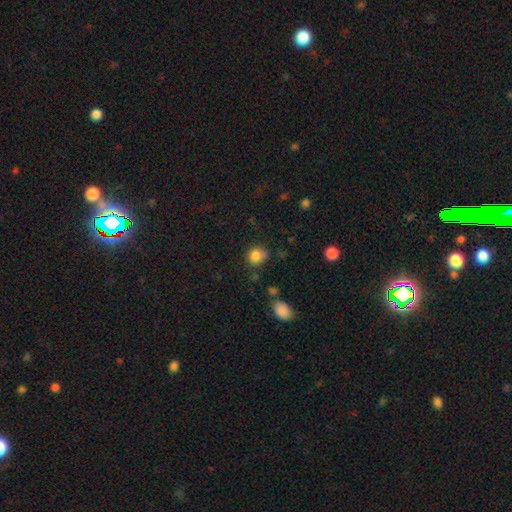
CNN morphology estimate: Overall: smooth (83%). How rounded: round (74%). Merging: none (63%).